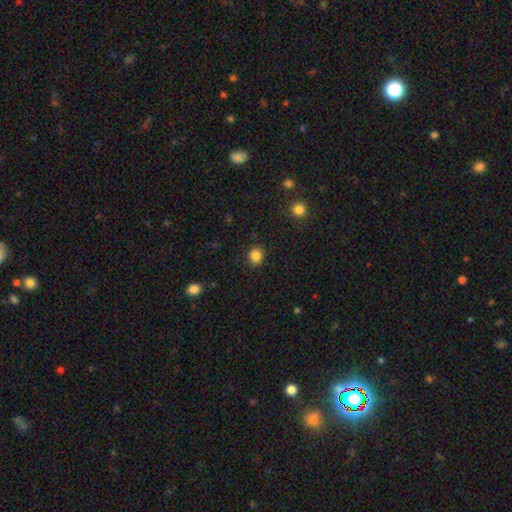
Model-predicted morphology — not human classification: This appears to be a smooth galaxy with no disk features (85%) that is round (77%). Merging: none (90%).